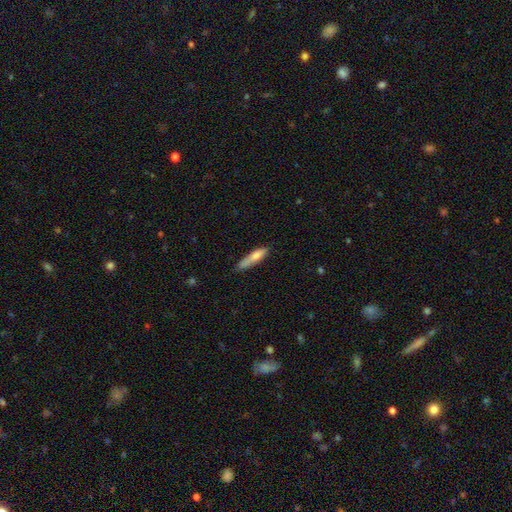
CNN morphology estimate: Overall: smooth (68%). How rounded: cigar-shaped (83%). Merging: none (68%).